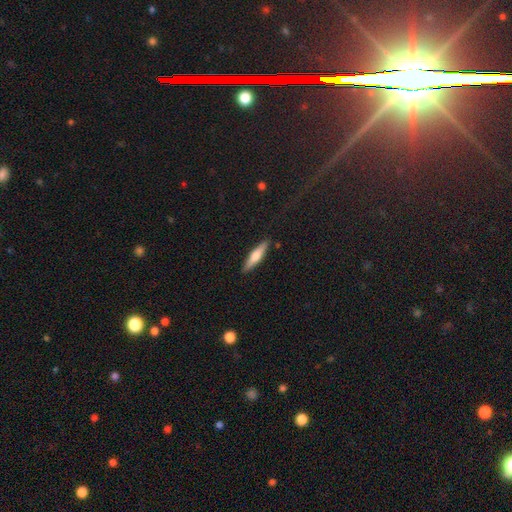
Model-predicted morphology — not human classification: This appears to be a smooth galaxy with no disk features (55%) that is cigar-shaped (81%). Merging: none (88%).